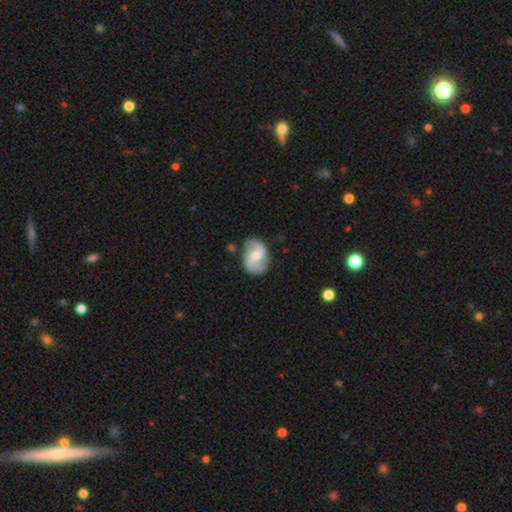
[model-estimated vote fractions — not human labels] Morphology: type=featured or disk (75%); edge-on=no (97%); bar=no (47%); spiral arms=yes (91%); winding=medium (43%); arm count=2 (85%); bulge=moderate (63%); merging=none (74%).